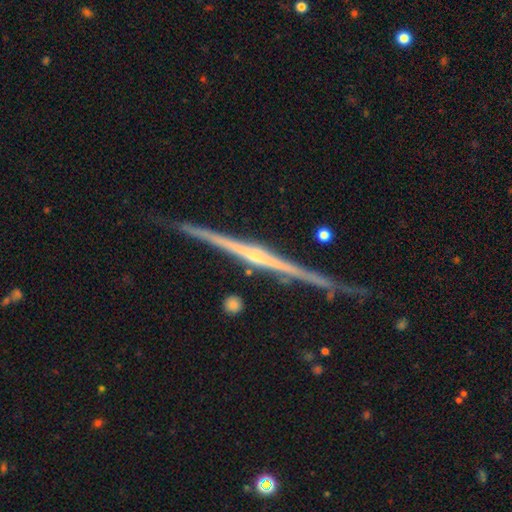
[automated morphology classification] Smooth or featured: featured or disk — 87% (smooth — 7%)
Edge-on disk: yes — 98% (no — 2%)
Edge-on bulge: rounded — 58% (none — 33%)
Merging: none — 85% (minor disturbance — 11%)